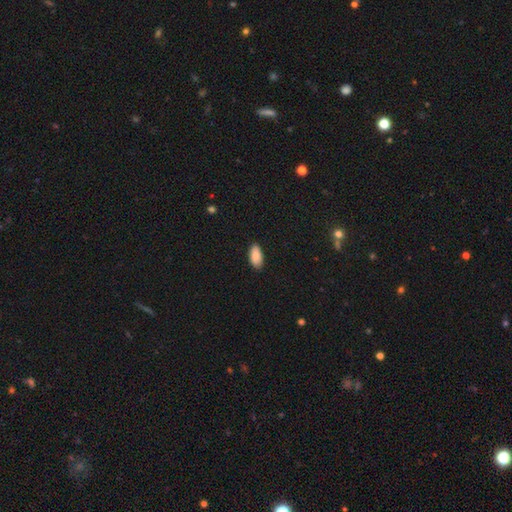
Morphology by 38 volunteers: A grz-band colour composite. It shows a smooth galaxy with no disk features (89%) that is in between round and cigar-shaped (91%). Merging: none (81%).